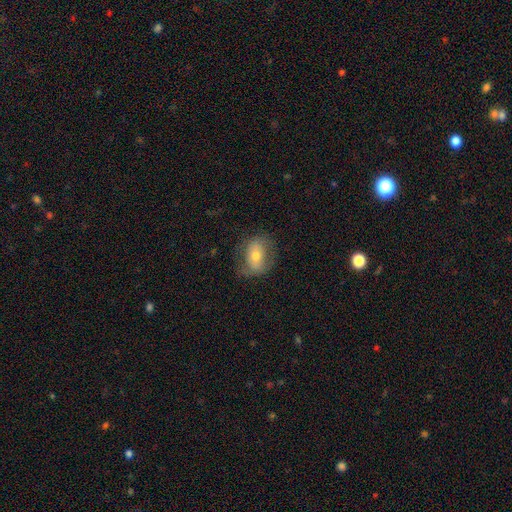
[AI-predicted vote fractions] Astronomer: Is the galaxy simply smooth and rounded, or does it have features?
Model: smooth — 54% (runner-up: featured or disk, 37%).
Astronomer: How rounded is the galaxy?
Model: in between — 72%.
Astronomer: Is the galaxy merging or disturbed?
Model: none — 67%.